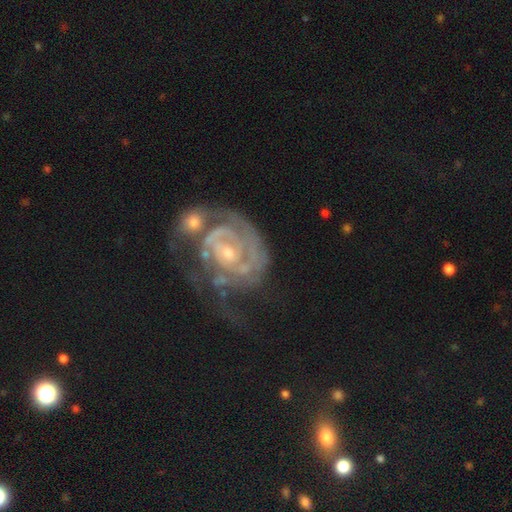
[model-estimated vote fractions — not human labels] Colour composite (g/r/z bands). It shows a featured or disk galaxy (78%) with no bar (53%), 2 (35%) tight (62%) spiral arms (90%) and a small central bulge (63%). Merging: none (41%).